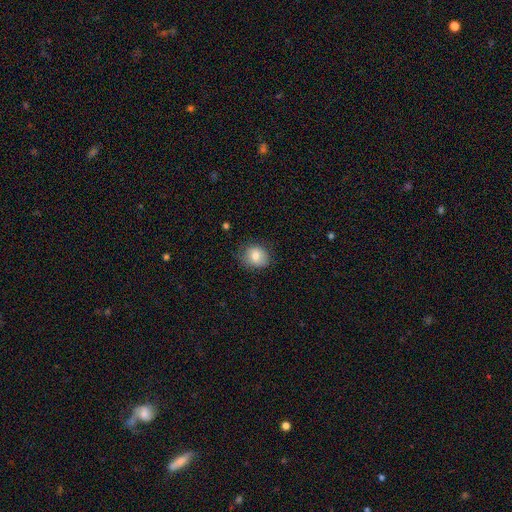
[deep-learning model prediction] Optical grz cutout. It shows a smooth galaxy with no disk features (80%) that is round (64%). Merging: none (72%).